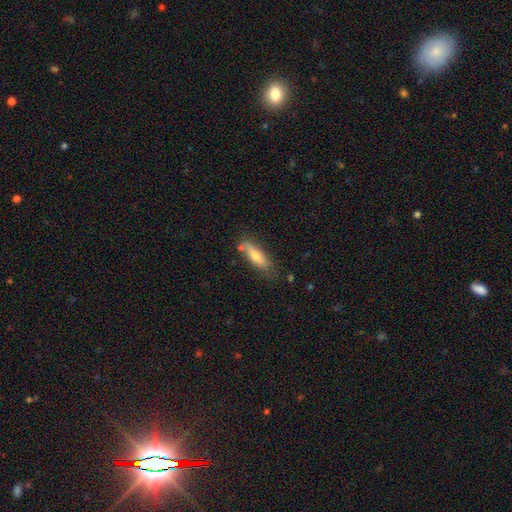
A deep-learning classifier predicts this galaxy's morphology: smooth_or_featured: smooth (p=0.62) [alt: featured or disk p=0.31]
how_rounded: cigar-shaped (p=0.59) [alt: in between p=0.39]
merging: none (p=0.70) [alt: minor disturbance p=0.21]